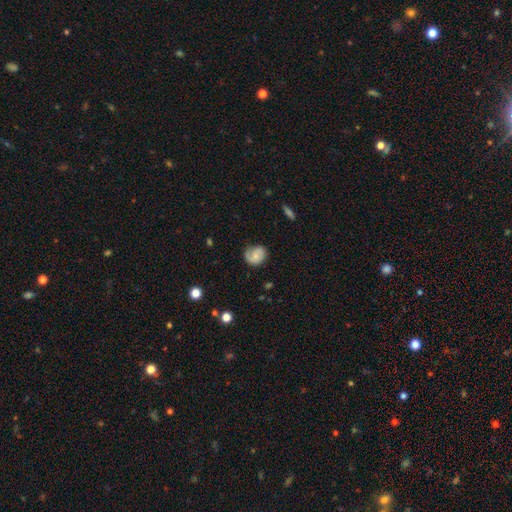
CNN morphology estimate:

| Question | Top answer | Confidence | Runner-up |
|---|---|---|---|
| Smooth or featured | featured or disk | 49% | smooth (44%) |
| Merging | none | 57% | minor disturbance (27%) |